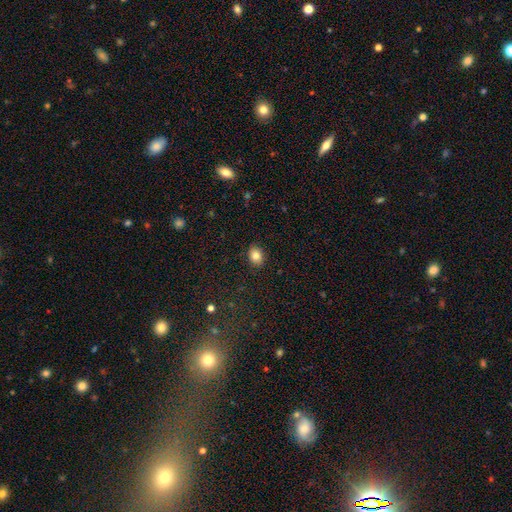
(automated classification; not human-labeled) A smooth galaxy with no disk features (83%) that is in between round and cigar-shaped (65%).

Vote fractions:
- Smooth or featured? smooth: 83% / star or artifact: 10% / featured or disk: 7%
- How rounded? in between: 65% / round: 34% / cigar-shaped: 1%
- Merging? none: 89% / minor disturbance: 8% / major disturbance: 2% / merger: 1%